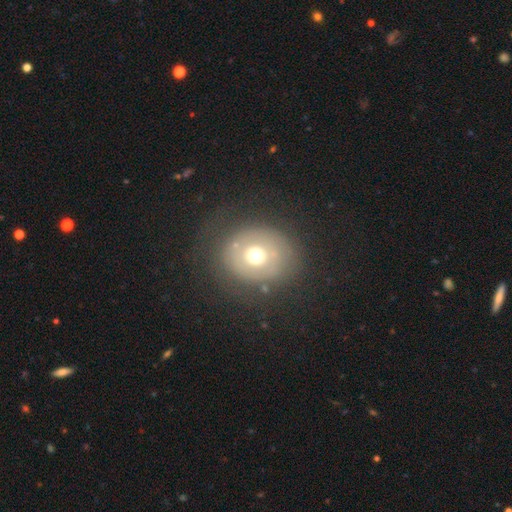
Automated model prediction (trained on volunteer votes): This is possibly a smooth galaxy (52%). How rounded: likely round (74%). Merging: likely none (70%).